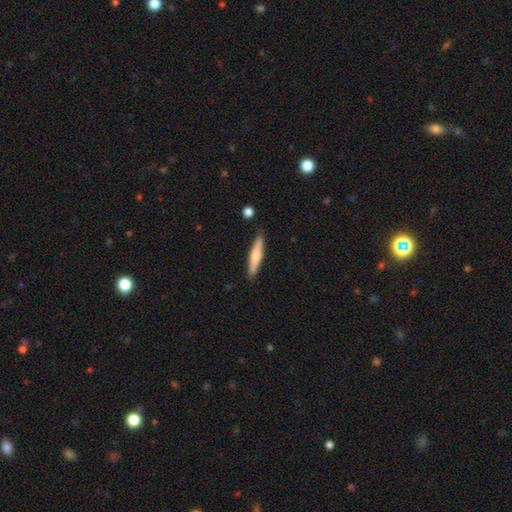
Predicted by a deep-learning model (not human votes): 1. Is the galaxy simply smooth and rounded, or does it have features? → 56% smooth, 38% featured or disk, 6% star or artifact.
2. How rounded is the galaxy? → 90% cigar-shaped, 9% in between, 1% round.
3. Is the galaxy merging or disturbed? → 87% none, 9% minor disturbance, 2% merger, 2% major disturbance.